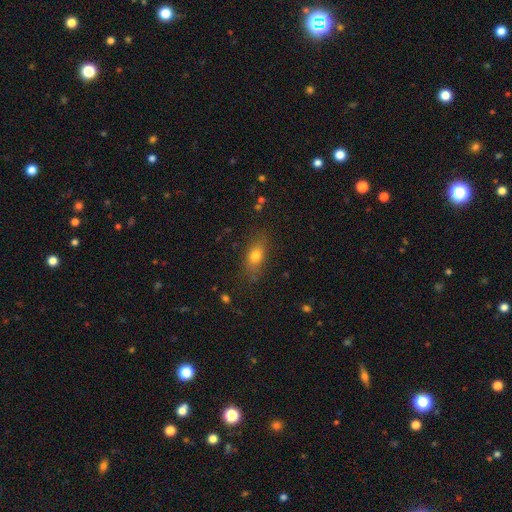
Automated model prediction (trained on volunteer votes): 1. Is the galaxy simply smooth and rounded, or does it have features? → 73% smooth, 16% featured or disk, 10% star or artifact.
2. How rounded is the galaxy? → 75% in between, 14% cigar-shaped, 11% round.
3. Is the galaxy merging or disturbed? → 77% none, 16% minor disturbance, 5% major disturbance, 2% merger.